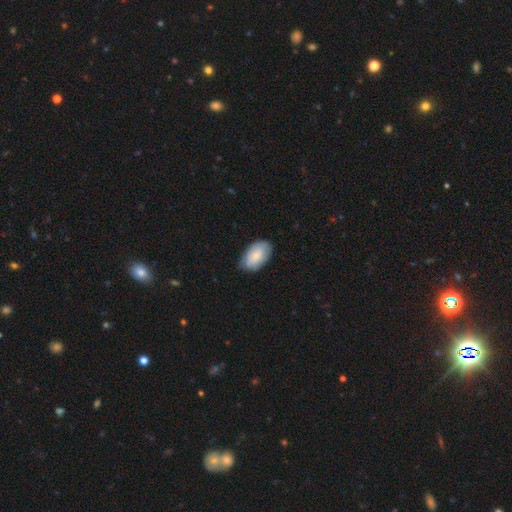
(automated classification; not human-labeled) A smooth galaxy with no disk features (79%) that is in between round and cigar-shaped (94%).

Vote fractions:
- Smooth or featured? smooth: 79% / featured or disk: 15% / star or artifact: 6%
- How rounded? in between: 94% / round: 5% / cigar-shaped: 1%
- Merging? none: 76% / minor disturbance: 19% / major disturbance: 3% / merger: 1%